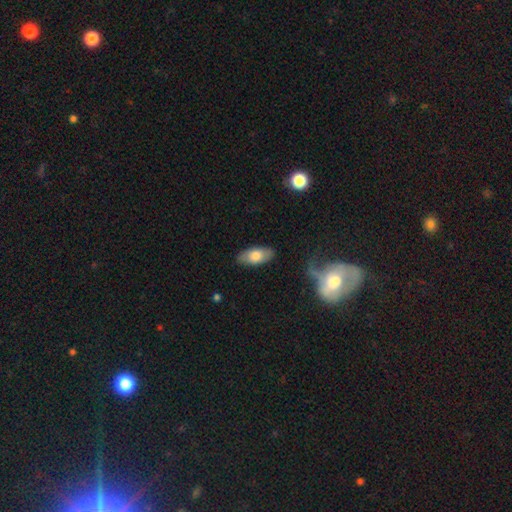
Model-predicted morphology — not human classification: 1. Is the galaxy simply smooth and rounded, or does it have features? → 74% smooth, 20% featured or disk, 6% star or artifact.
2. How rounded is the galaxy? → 87% in between, 11% cigar-shaped, 3% round.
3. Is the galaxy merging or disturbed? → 86% none, 11% minor disturbance, 2% major disturbance, 1% merger.